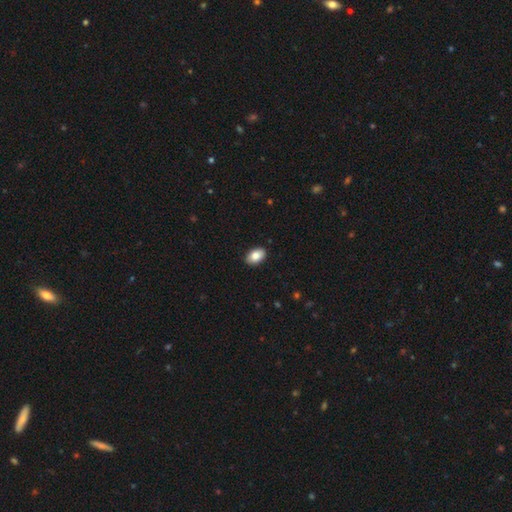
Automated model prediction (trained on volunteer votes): Overall: smooth (86%). How rounded: in between (90%). Merging: none (90%).